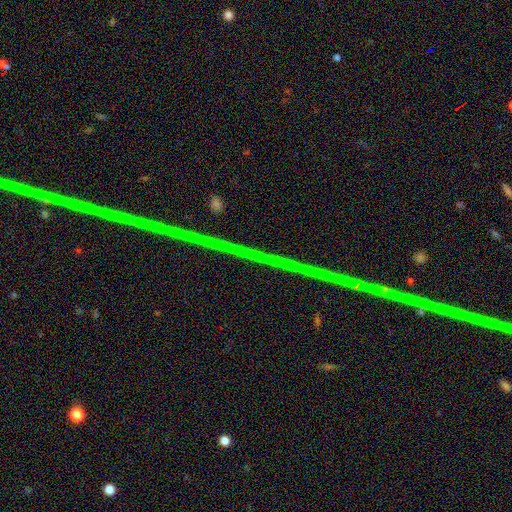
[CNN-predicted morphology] Smooth or featured? star or artifact (76%)